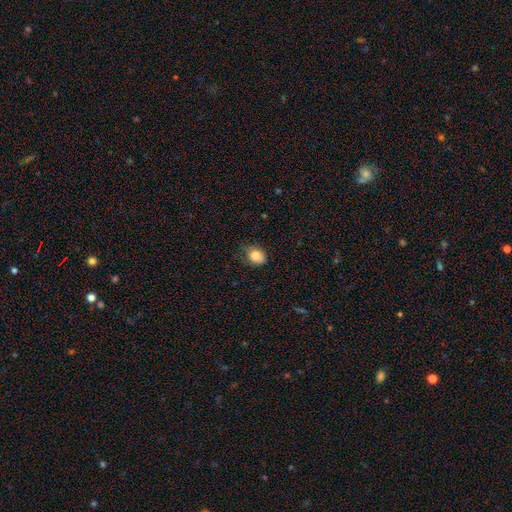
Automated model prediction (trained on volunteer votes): The model was most divided on "how rounded": round: 52%, in between: 47%, cigar-shaped: 1%. More confident: smooth or featured — smooth (82%); merging — none (62%).